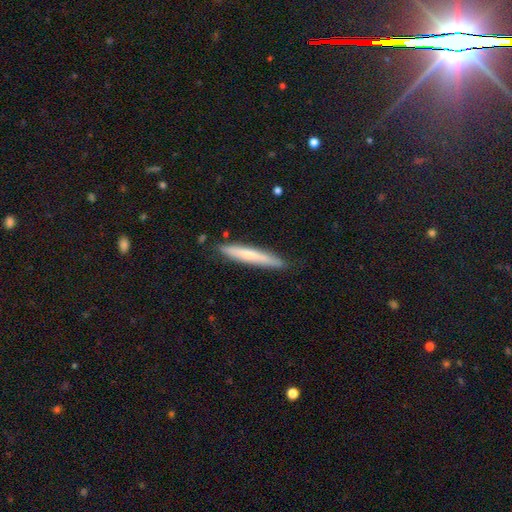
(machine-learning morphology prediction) This appears to be a smooth galaxy with no disk features (60%) that is cigar-shaped (93%). Merging: none (85%).